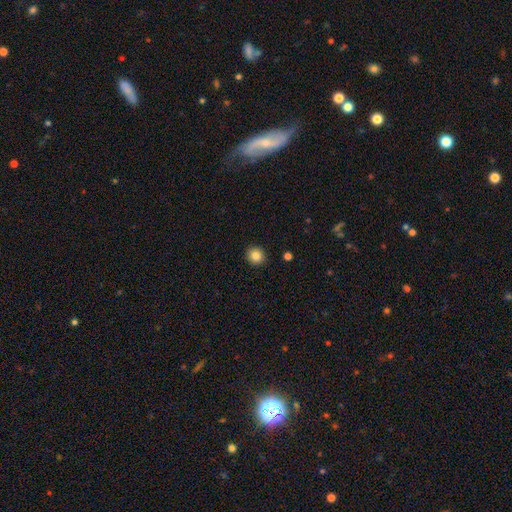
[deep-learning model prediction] Smooth or featured? Predicted: smooth (p=0.85). How rounded? Predicted: round (p=0.90). Merging? Predicted: none (p=0.92).